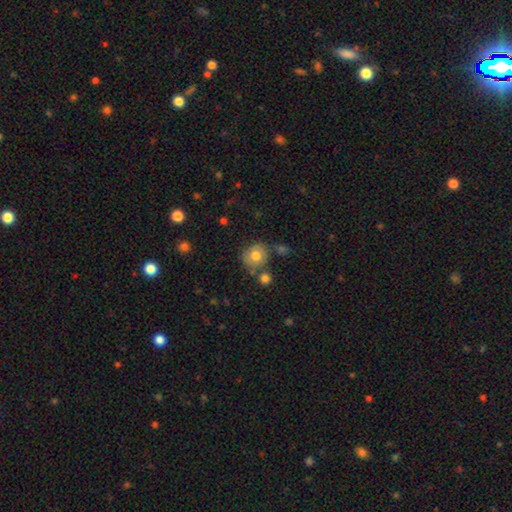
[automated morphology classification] Smooth or featured? smooth (75%)
How rounded? round (81%)
Merging? none (62%)